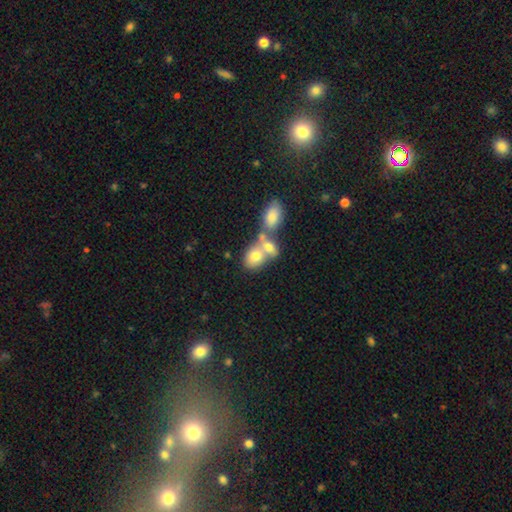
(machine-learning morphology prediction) Smooth or featured: smooth — 70% (featured or disk — 20%)
How rounded: in between — 69% (round — 29%)
Merging: merger — 62% (none — 26%)